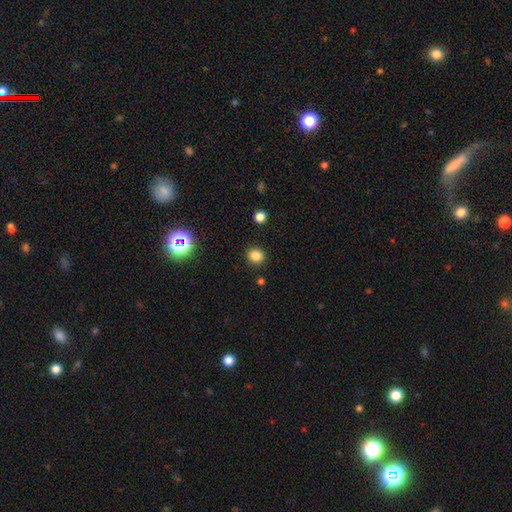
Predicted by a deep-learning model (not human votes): A smooth galaxy with no disk features (82%) that is round (79%).

Vote fractions:
- Smooth or featured? smooth: 82% / star or artifact: 14% / featured or disk: 4%
- How rounded? round: 79% / in between: 20% / cigar-shaped: 1%
- Merging? none: 89% / minor disturbance: 7% / major disturbance: 2% / merger: 2%